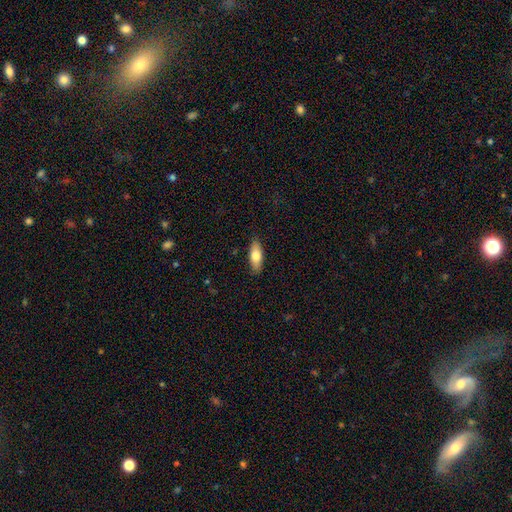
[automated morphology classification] The model was most divided on "how rounded": in between: 68%, cigar-shaped: 30%, round: 2%. More confident: merging — none (87%); smooth or featured — smooth (74%).